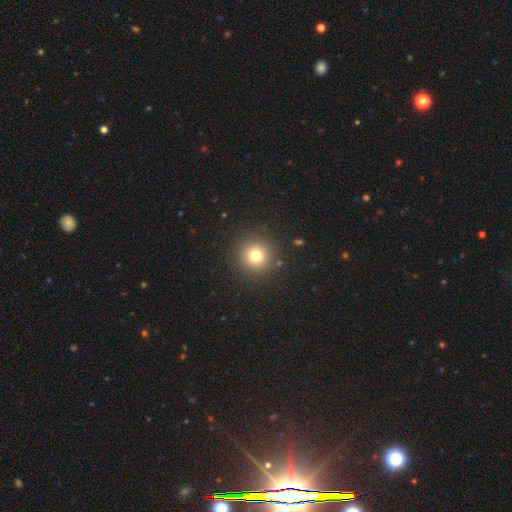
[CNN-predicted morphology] Q: Smooth or featured?
A: smooth (77%); runner-up: star or artifact (15%)
Q: How rounded?
A: round (95%); runner-up: in between (4%)
Q: Merging?
A: none (90%); runner-up: minor disturbance (6%)